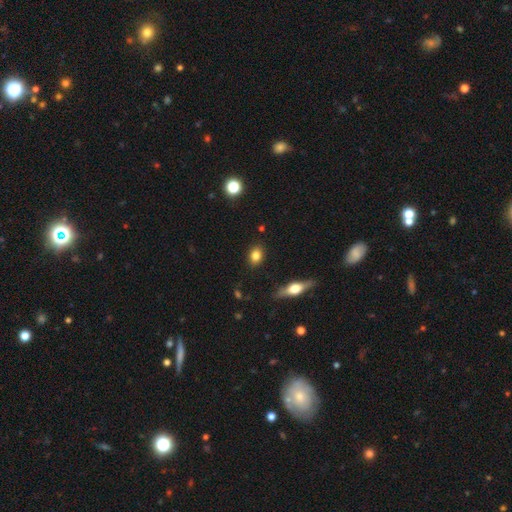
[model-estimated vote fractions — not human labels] Q: Smooth or featured?
A: smooth (81%); runner-up: featured or disk (10%)
Q: How rounded?
A: in between (60%); runner-up: round (37%)
Q: Merging?
A: none (88%); runner-up: minor disturbance (8%)